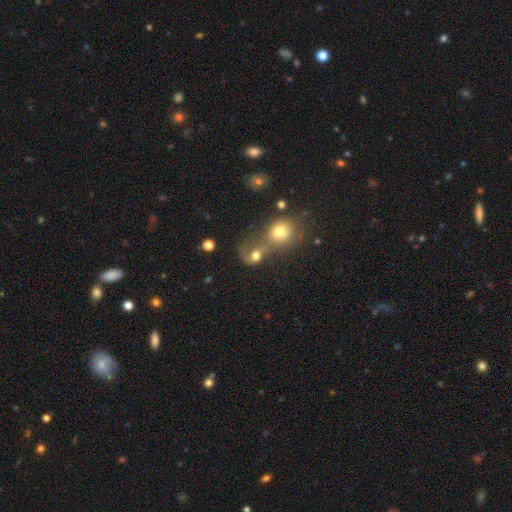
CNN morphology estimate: Smooth or featured? smooth (64%)
How rounded? round (58%)
Merging? merger (58%)